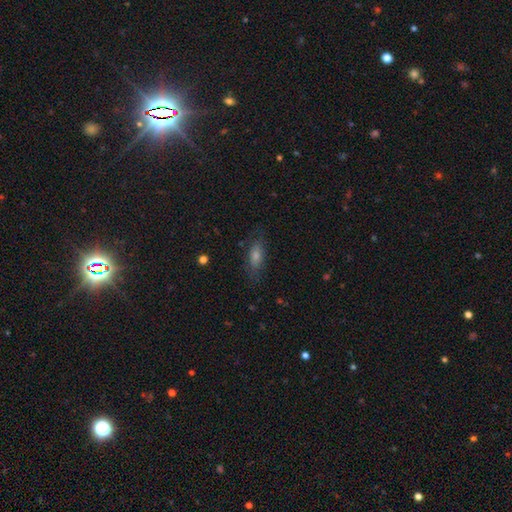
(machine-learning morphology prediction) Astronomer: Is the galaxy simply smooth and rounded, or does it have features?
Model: smooth — 52% (runner-up: featured or disk, 28%).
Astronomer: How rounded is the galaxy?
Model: in between — 61%.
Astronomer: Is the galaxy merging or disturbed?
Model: none — 79%.